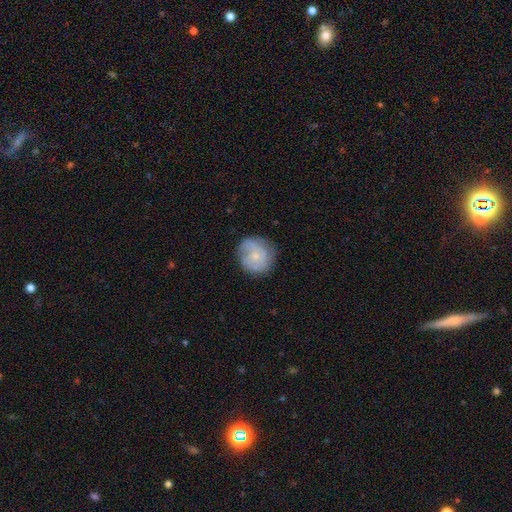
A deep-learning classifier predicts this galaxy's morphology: This appears to be a smooth galaxy with no disk features (56%) that is round (87%). Merging: none (71%).